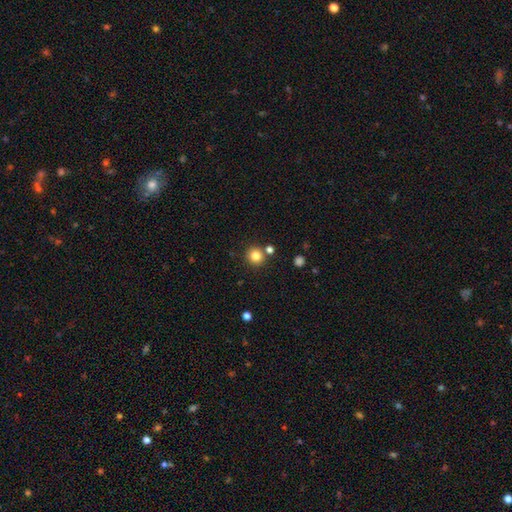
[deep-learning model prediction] A smooth galaxy with no disk features (82%) that is round (93%). Merging: none (83%).